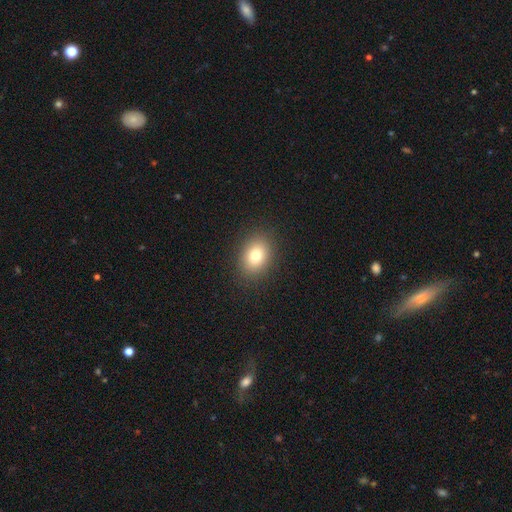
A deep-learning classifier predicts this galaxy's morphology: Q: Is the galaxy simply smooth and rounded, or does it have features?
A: smooth — 79%.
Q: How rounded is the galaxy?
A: in between — 65%.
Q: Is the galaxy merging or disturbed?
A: none — 89%.